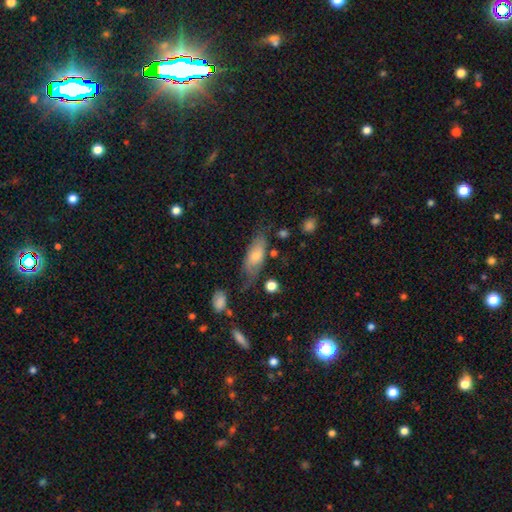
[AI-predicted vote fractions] Overall: smooth (62%; featured or disk 31%). How rounded: in between (78%). Merging: none (52%; minor disturbance 29%).